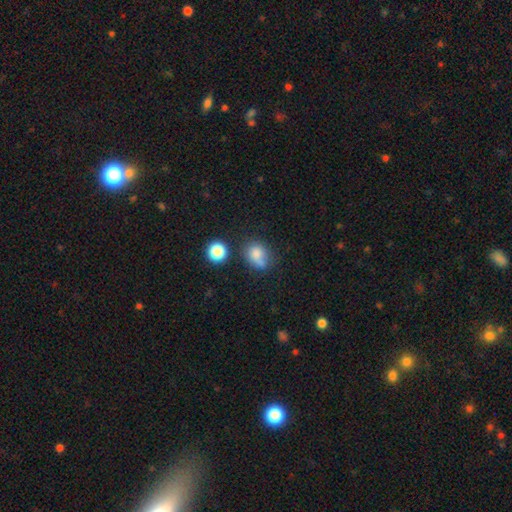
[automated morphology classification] smooth_or_featured: smooth (p=0.76) [alt: star or artifact p=0.12]
how_rounded: round (p=0.55) [alt: in between p=0.44]
merging: none (p=0.44) [alt: minor disturbance p=0.24]